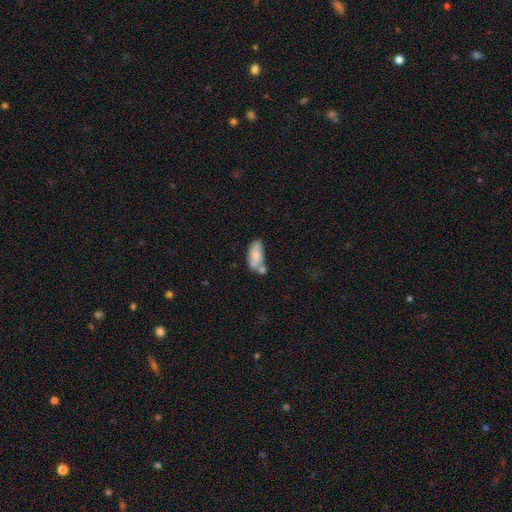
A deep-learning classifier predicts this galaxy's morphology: This appears to be a smooth galaxy with no disk features (75%) that is in between round and cigar-shaped (88%). Merging: none (40%).